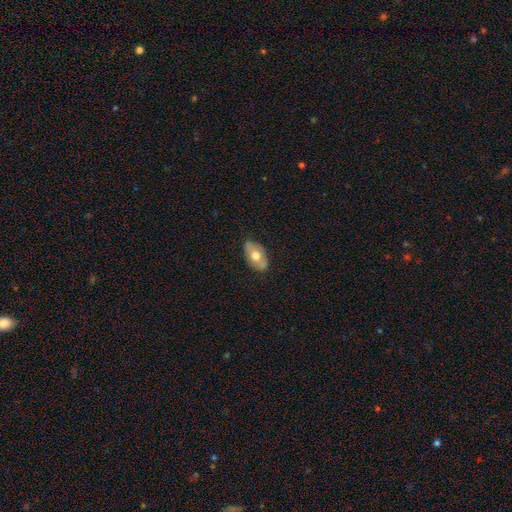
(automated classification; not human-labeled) The model was most divided on "smooth or featured": smooth: 58%, featured or disk: 36%, star or artifact: 6%. More confident: how rounded — in between (90%); merging — none (77%).